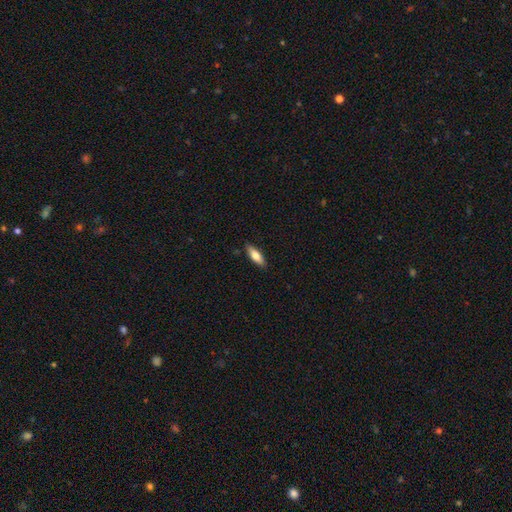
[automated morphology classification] Q: Smooth or featured?
A: smooth (72%); runner-up: featured or disk (22%)
Q: How rounded?
A: in between (56%); runner-up: cigar-shaped (42%)
Q: Merging?
A: none (87%); runner-up: minor disturbance (10%)